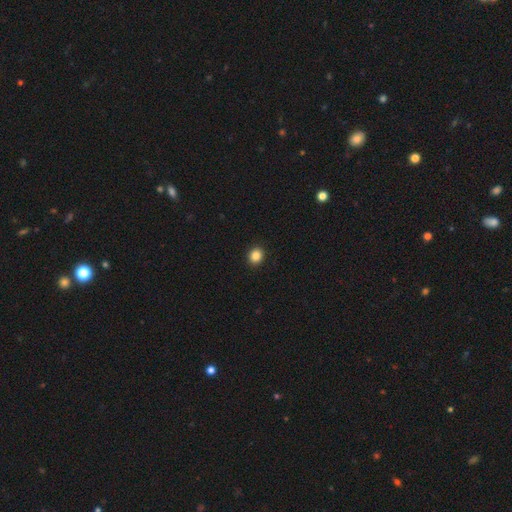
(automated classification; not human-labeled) Overall: smooth (86%). How rounded: round (73%). Merging: none (92%).